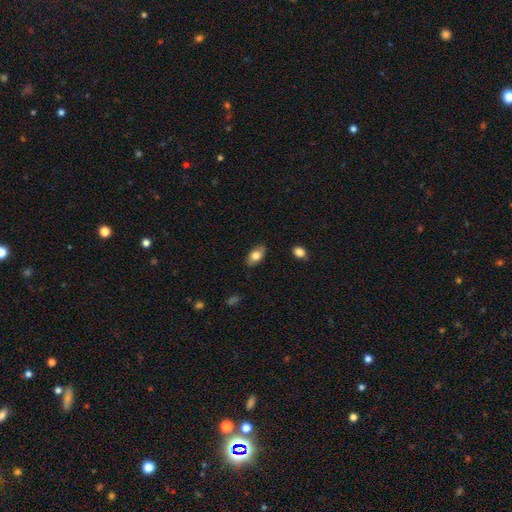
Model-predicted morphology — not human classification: A smooth galaxy with no disk features (76%) that is in between round and cigar-shaped (92%).

Vote fractions:
- Smooth or featured? smooth: 76% / featured or disk: 17% / star or artifact: 7%
- How rounded? in between: 92% / round: 6% / cigar-shaped: 2%
- Merging? none: 83% / minor disturbance: 13% / major disturbance: 2% / merger: 1%